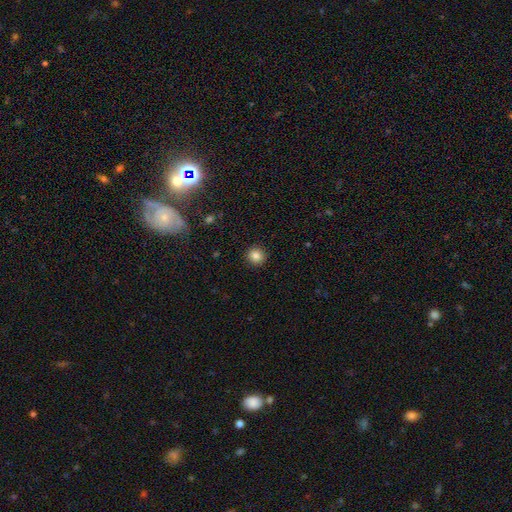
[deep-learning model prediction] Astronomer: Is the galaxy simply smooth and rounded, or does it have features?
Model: smooth — 84%.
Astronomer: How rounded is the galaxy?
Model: round — 93%.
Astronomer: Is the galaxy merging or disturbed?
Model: none — 92%.